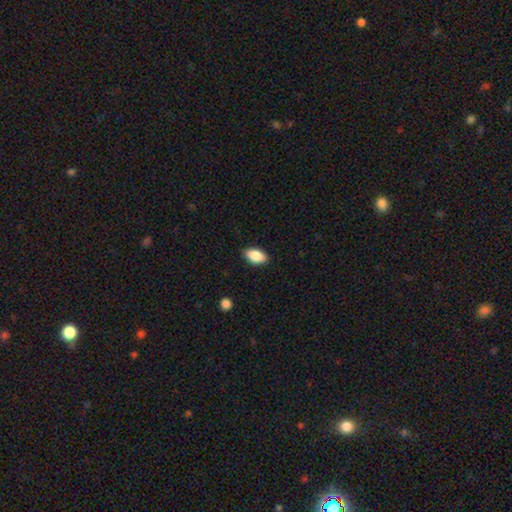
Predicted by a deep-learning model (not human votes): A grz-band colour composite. It shows a smooth galaxy with no disk features (87%) that is in between round and cigar-shaped (93%). Merging: none (87%).